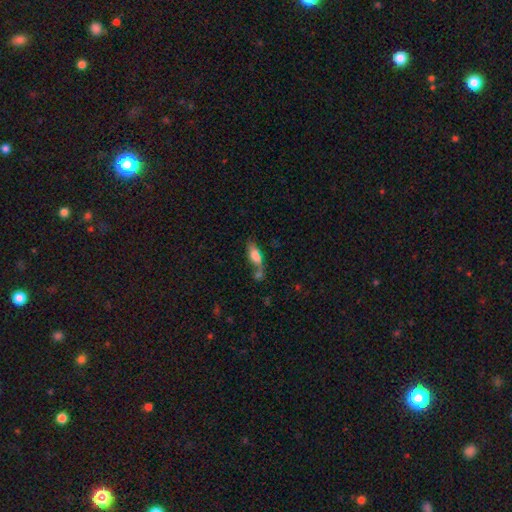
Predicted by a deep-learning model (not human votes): Smooth or featured?
  - smooth: 67% *
  - featured or disk: 24%
  - star or artifact: 9%
How rounded?
  - in between: 68% *
  - cigar-shaped: 28%
  - round: 4%
Merging?
  - none: 36% *
  - merger: 33%
  - minor disturbance: 18%
  - major disturbance: 13%